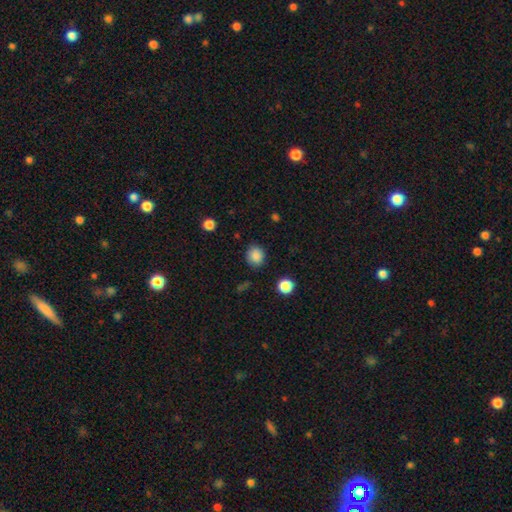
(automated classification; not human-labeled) smooth-or-featured: smooth: 86% | star or artifact: 10% | featured or disk: 4%
  how-rounded: round: 72% | in between: 27% | cigar-shaped: 1%
  merging: none: 83% | minor disturbance: 12% | major disturbance: 3% | merger: 2%